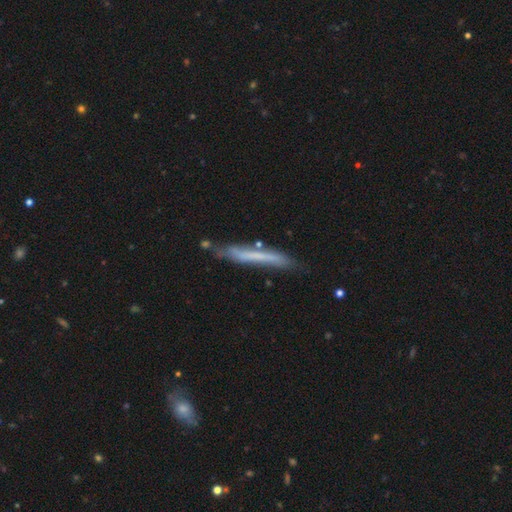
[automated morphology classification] A featured or disk galaxy (47%).

Vote fractions:
- Smooth or featured? featured or disk: 47% / smooth: 45% / star or artifact: 8%
- Merging? none: 62% / minor disturbance: 25% / major disturbance: 7% / merger: 6%